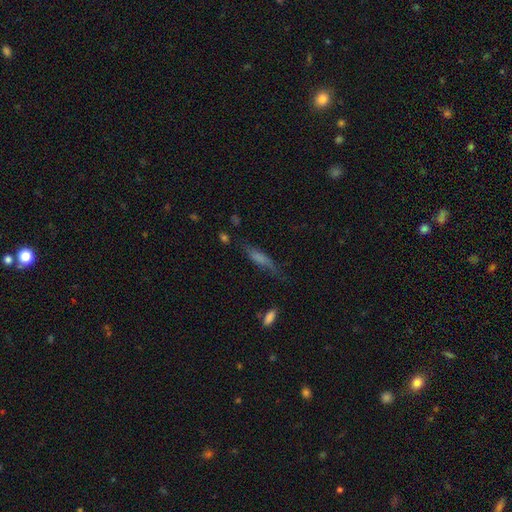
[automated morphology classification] smooth-or-featured: smooth: 41% | featured or disk: 40% | star or artifact: 18%
  merging: none: 65% | minor disturbance: 21% | major disturbance: 10% | merger: 4%